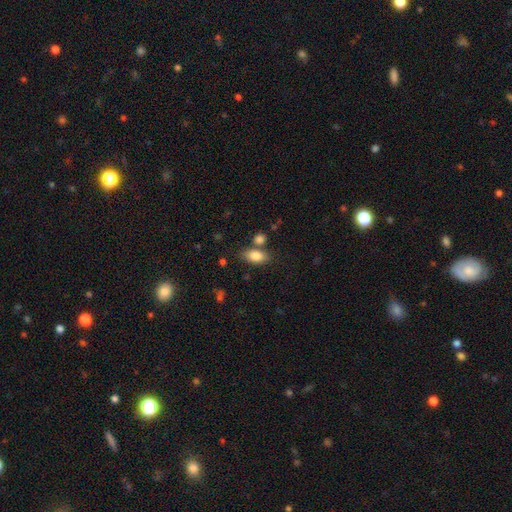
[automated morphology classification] Smooth or featured? smooth (83%)
How rounded? in between (88%)
Merging? none (69%)